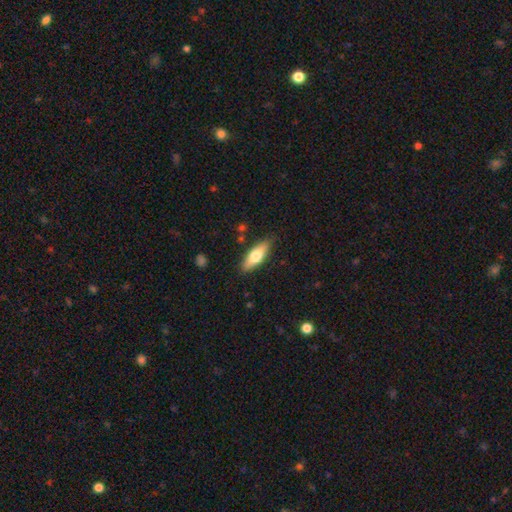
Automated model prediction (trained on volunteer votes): The model was most divided on "how rounded": in between: 59%, cigar-shaped: 39%, round: 2%. More confident: merging — none (86%); smooth or featured — smooth (64%).